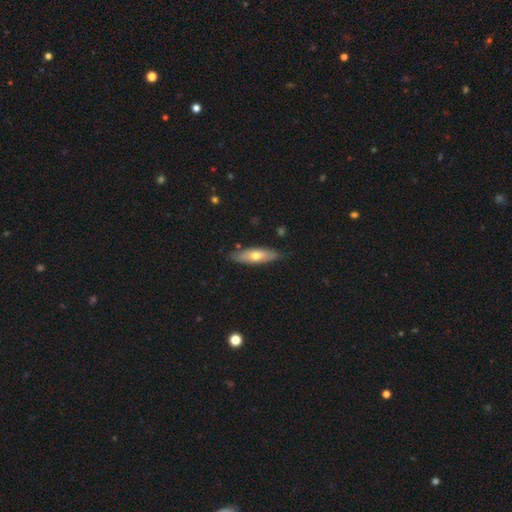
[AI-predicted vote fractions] A smooth galaxy with no disk features (58%) that is in between round and cigar-shaped (51%).

Vote fractions:
- Smooth or featured? smooth: 58% / featured or disk: 36% / star or artifact: 6%
- How rounded? in between: 51% / cigar-shaped: 47% / round: 2%
- Merging? none: 82% / minor disturbance: 14% / major disturbance: 2% / merger: 2%